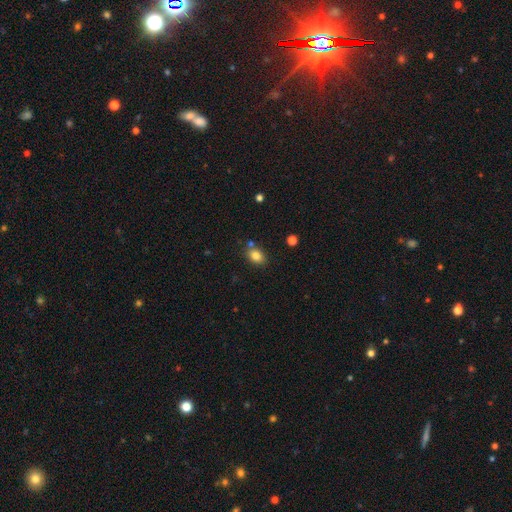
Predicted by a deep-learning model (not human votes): Smooth or featured? Predicted: smooth (p=0.83). How rounded? Predicted: in between (p=0.72). Merging? Predicted: none (p=0.75).